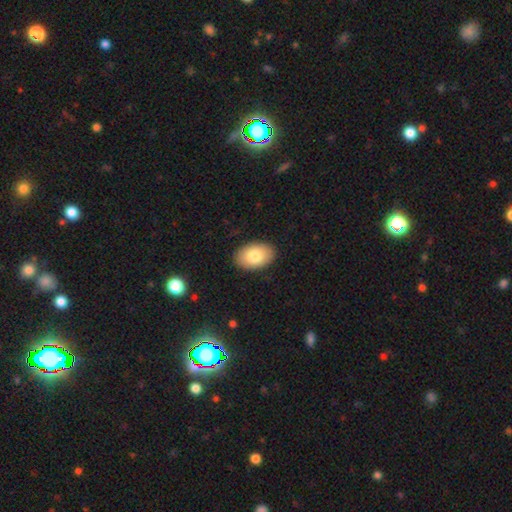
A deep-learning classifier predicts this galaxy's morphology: Smooth or featured? smooth (77%)
How rounded? in between (88%)
Merging? none (90%)